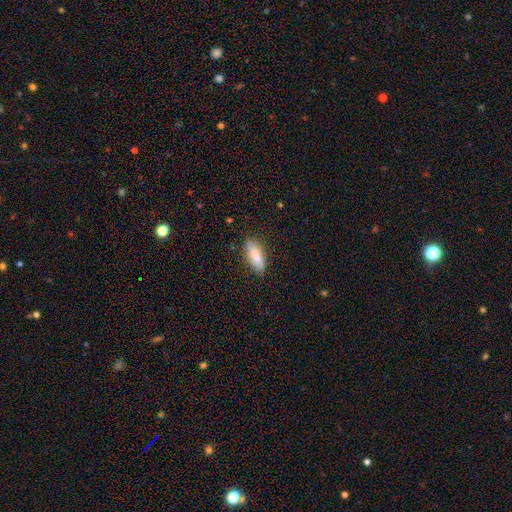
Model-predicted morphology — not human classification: A smooth galaxy with no disk features (81%) that is in between round and cigar-shaped (64%). Merging: none (82%).